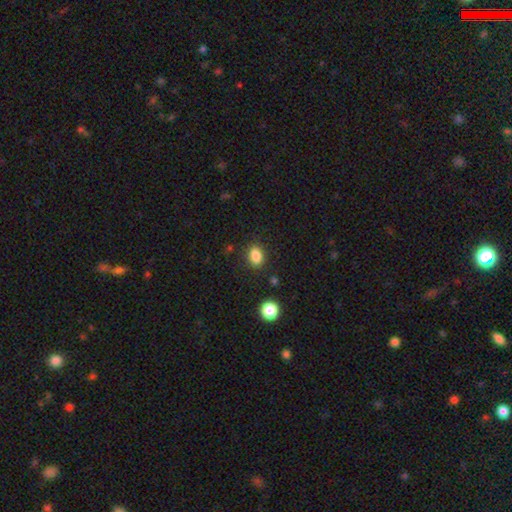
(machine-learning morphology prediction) Smooth or featured? Predicted: smooth (p=0.86). How rounded? Predicted: in between (p=0.72). Merging? Predicted: none (p=0.85).